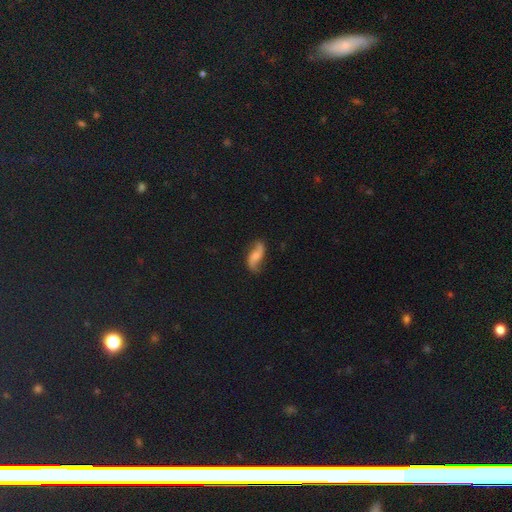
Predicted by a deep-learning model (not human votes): A featured or disk galaxy (77%) with no bar (56%), 2 (93%) loose (84%) spiral arms (95%) and a small central bulge (39%).

Vote fractions:
- Smooth or featured? featured or disk: 77% / smooth: 16% / star or artifact: 7%
- Edge-on disk? no: 95% / yes: 5%
- Bar? no: 56% / weak: 33% / strong: 11%
- Spiral arms? yes: 95% / no: 5%
- Spiral winding? loose: 84% / medium: 12% / tight: 4%
- Spiral arm count? 2: 93% / can't tell: 2% / 1: 2% / 3: 1% / 4: 1% / more than 4: 1%
- Bulge size? small: 39% / moderate: 32% / none: 20% / large: 7% / dominant: 2%
- Merging? none: 78% / minor disturbance: 14% / major disturbance: 5% / merger: 2%